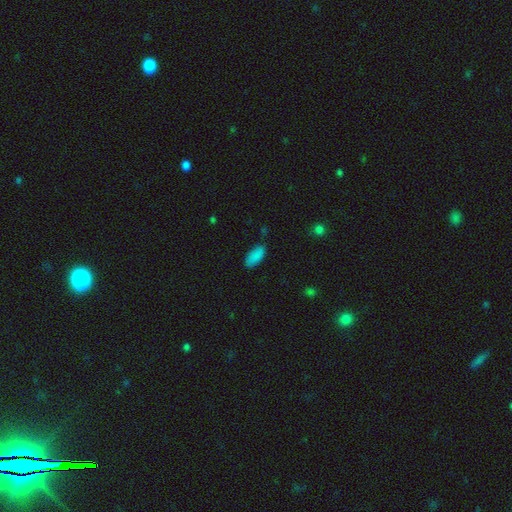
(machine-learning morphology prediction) A smooth galaxy with no disk features (88%) that is in between round and cigar-shaped (89%).

Vote fractions:
- Smooth or featured? smooth: 88% / star or artifact: 8% / featured or disk: 5%
- How rounded? in between: 89% / cigar-shaped: 9% / round: 2%
- Merging? none: 81% / minor disturbance: 14% / major disturbance: 3% / merger: 2%